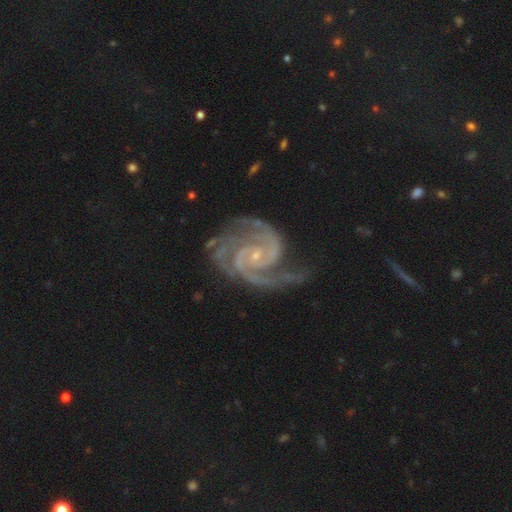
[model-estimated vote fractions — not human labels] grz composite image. It shows a featured or disk galaxy (94%) with no bar (57%), 2 (41%) tight (54%) spiral arms (99%) and a small central bulge (84%). Merging: none (63%).